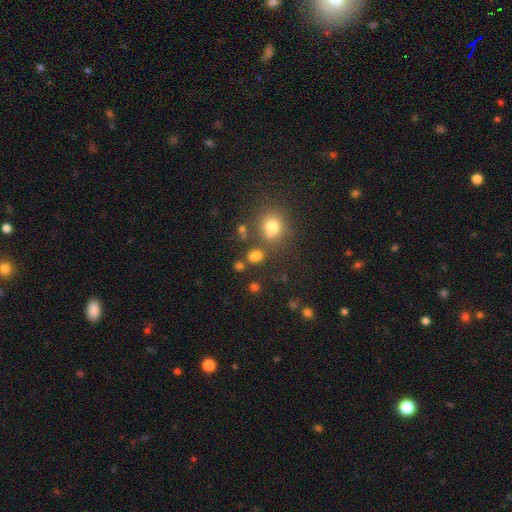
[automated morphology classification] Smooth or featured?
  - smooth: 70% *
  - star or artifact: 21%
  - featured or disk: 9%
How rounded?
  - round: 62% *
  - in between: 36%
  - cigar-shaped: 2%
Merging?
  - none: 69% *
  - merger: 15%
  - minor disturbance: 11%
  - major disturbance: 5%